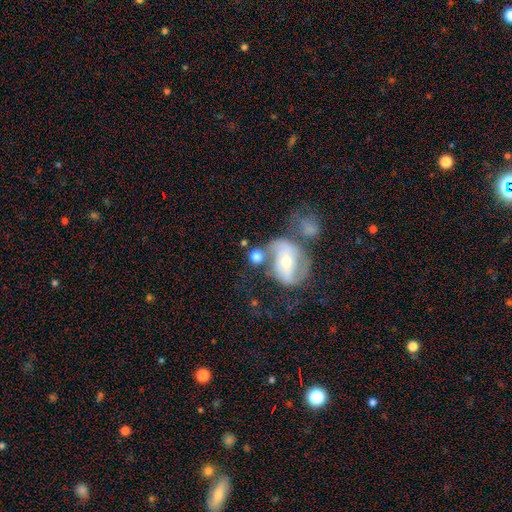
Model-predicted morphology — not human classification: Smooth or featured: featured or disk — 46% (smooth — 45%)
Merging: none — 47% (merger — 27%)